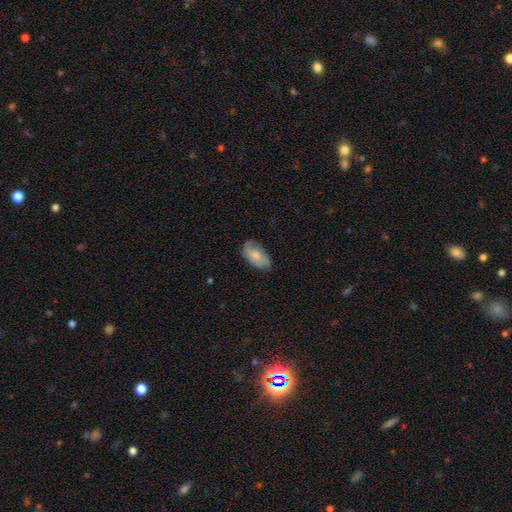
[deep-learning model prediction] A smooth galaxy with no disk features (66%) that is in between round and cigar-shaped (93%). Merging: none (69%).